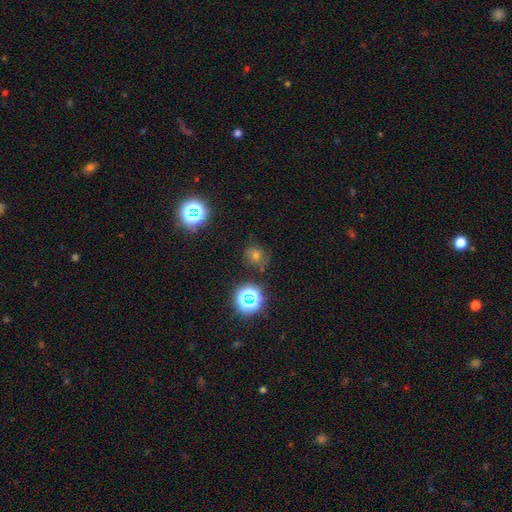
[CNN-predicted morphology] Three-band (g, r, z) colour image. It shows a smooth galaxy with no disk features (50%) that is round (83%). Merging: none (80%).